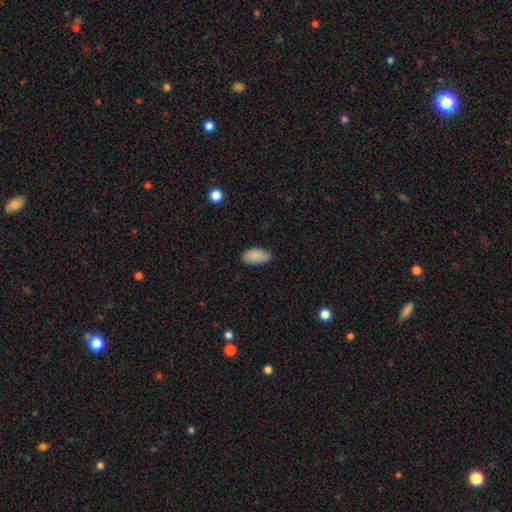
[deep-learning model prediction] Morphology: type=smooth (88%); roundness=in between (94%); merging=none (73%).